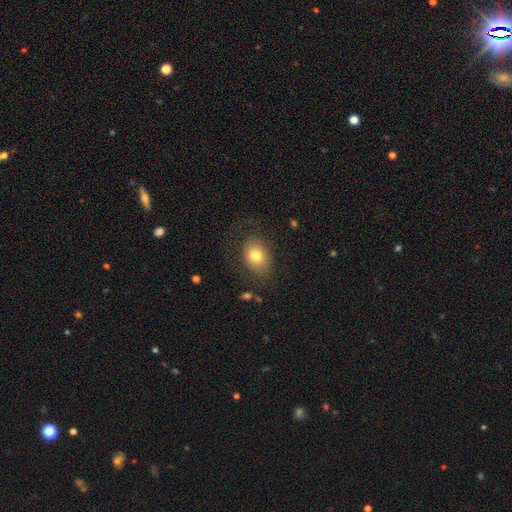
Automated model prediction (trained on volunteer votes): This is likely a smooth galaxy (75%). How rounded: likely in between (67%). Merging: likely none (70%).